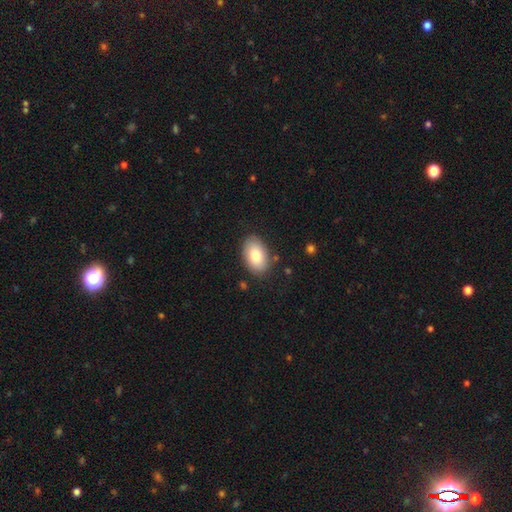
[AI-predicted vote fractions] This is clearly a smooth galaxy (81%). How rounded: clearly in between (91%). Merging: clearly none (85%).